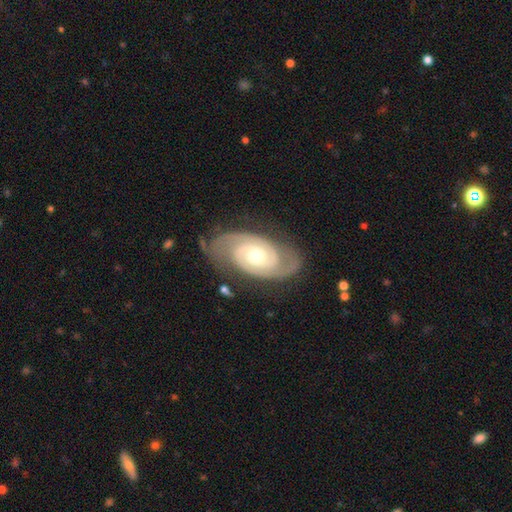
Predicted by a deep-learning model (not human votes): This appears to be a featured or disk galaxy (91%) with no bar (71%), 2 (86%) tight (69%) spiral arms (98%) and a moderate central bulge (51%). Merging: none (75%).